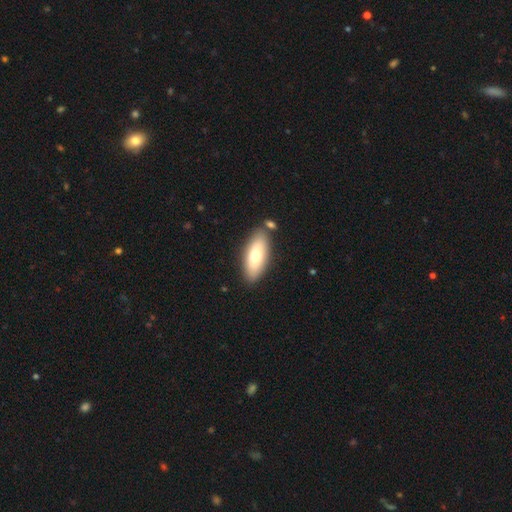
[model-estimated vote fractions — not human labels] This is likely a smooth galaxy (71%). How rounded: likely in between (77%). Merging: likely none (80%).